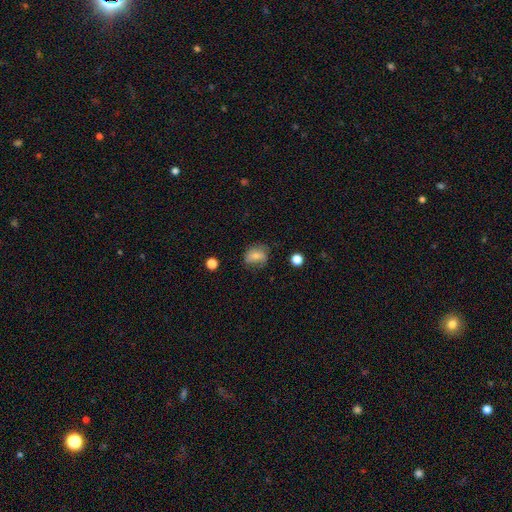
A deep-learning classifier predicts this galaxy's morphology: Smooth or featured? smooth (65%)
How rounded? in between (58%)
Merging? none (60%)